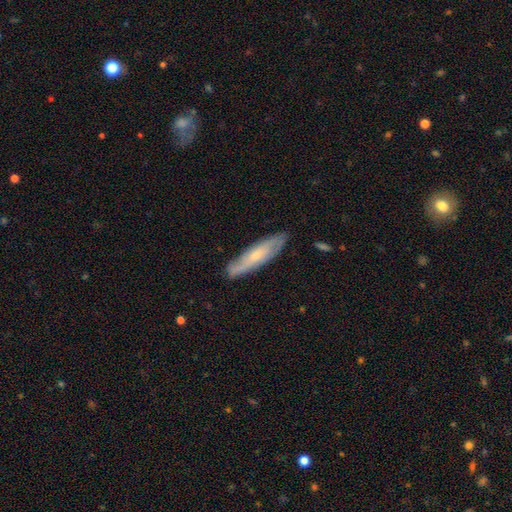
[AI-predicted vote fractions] featured or disk 54%, smooth 40%, star or artifact 6%. Down the decision tree: edge-on disk — no (56%); merging — none (81%).